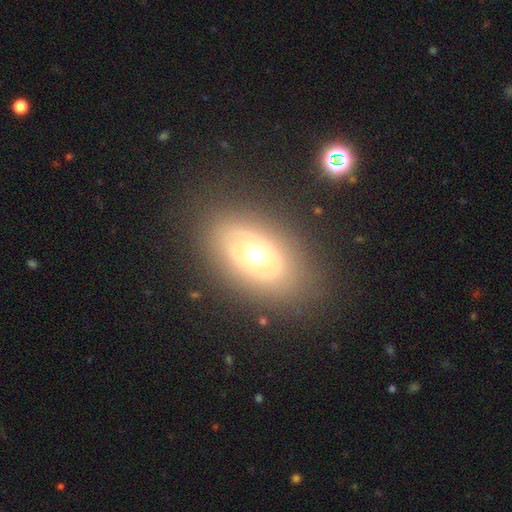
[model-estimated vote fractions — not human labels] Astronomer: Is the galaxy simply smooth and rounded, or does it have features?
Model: featured or disk — 56% (runner-up: smooth, 35%).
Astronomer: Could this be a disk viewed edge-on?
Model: no — 88%.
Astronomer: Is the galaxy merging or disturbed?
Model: none — 80%.